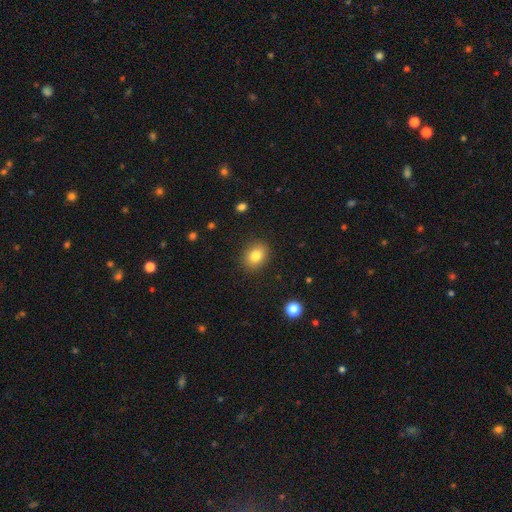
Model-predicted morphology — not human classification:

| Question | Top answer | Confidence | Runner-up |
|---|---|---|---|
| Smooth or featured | smooth | 83% | star or artifact (9%) |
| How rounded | in between | 59% | round (40%) |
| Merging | none | 88% | minor disturbance (9%) |